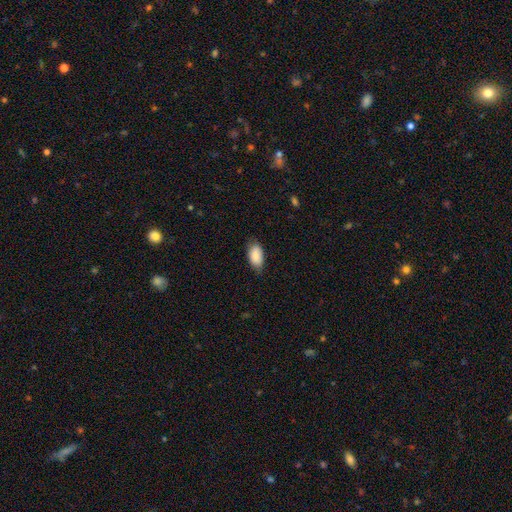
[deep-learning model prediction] A smooth galaxy with no disk features (87%) that is in between round and cigar-shaped (94%). Merging: none (72%).